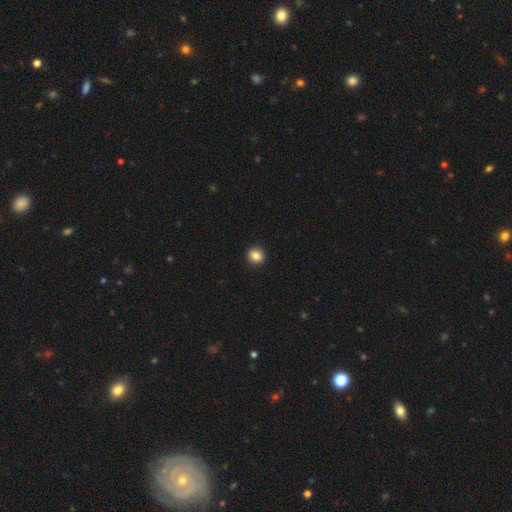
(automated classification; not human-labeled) A smooth galaxy with no disk features (86%) that is round (81%).

Vote fractions:
- Smooth or featured? smooth: 86% / star or artifact: 10% / featured or disk: 4%
- How rounded? round: 81% / in between: 18% / cigar-shaped: 1%
- Merging? none: 93% / minor disturbance: 5% / major disturbance: 1% / merger: 1%